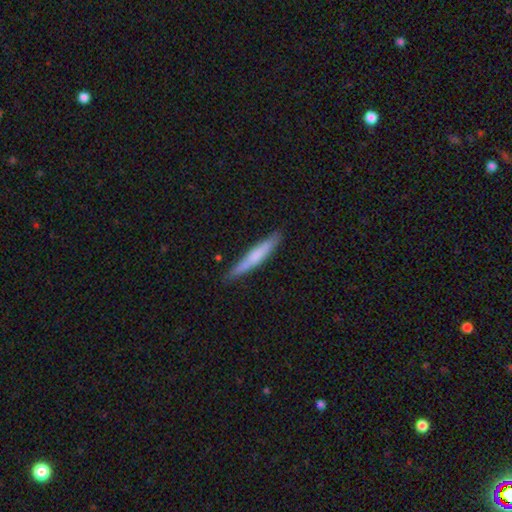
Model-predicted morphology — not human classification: This appears to be a smooth galaxy with no disk features (61%) that is cigar-shaped (94%). Merging: none (85%).